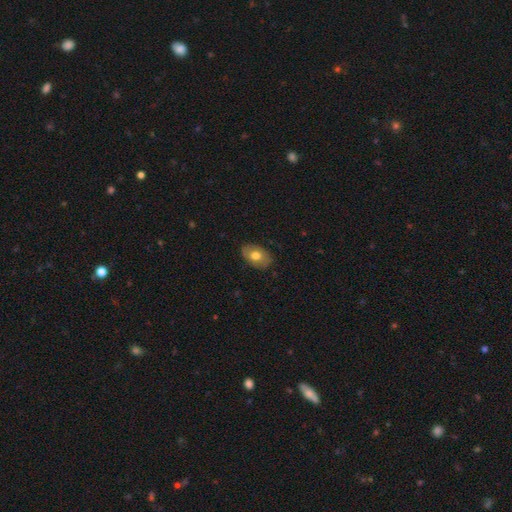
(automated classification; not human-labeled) A smooth galaxy with no disk features (66%) that is in between round and cigar-shaped (87%). Merging: none (82%).